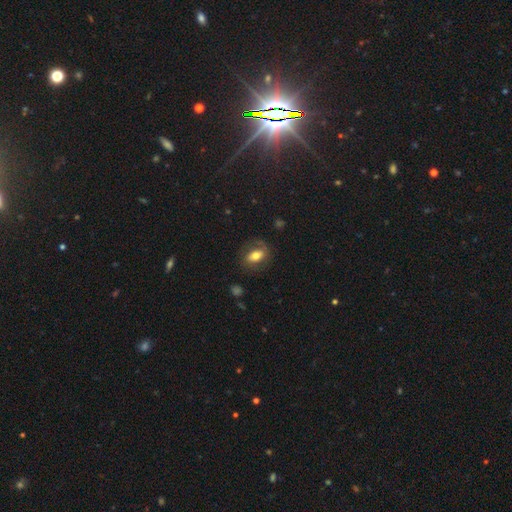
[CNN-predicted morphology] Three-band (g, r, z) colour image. It shows a smooth galaxy with no disk features (64%) that is in between round and cigar-shaped (81%). Merging: none (72%).